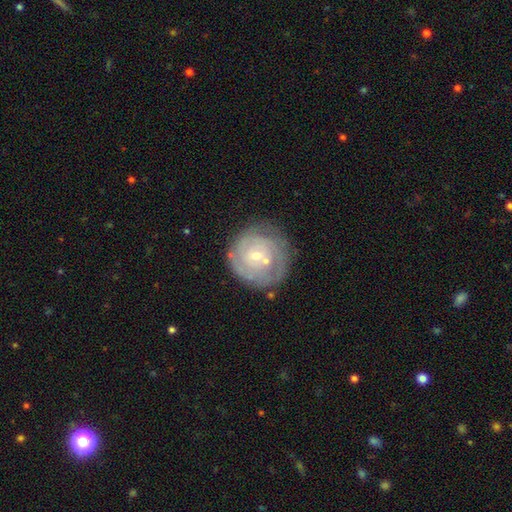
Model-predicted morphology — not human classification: This appears to be a featured or disk galaxy (65%) with no bar (71%), spiral arms (70%) and a small central bulge (70%). Merging: none (67%).